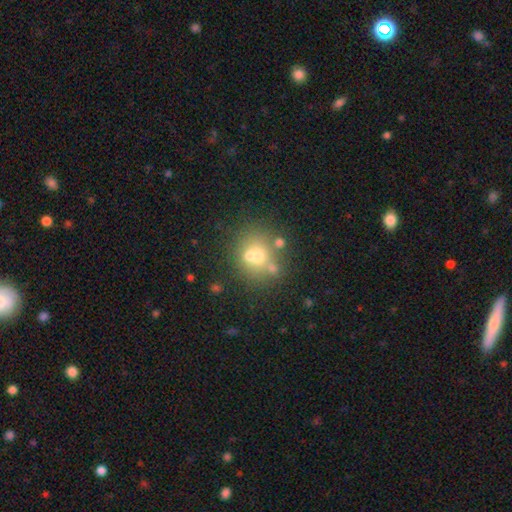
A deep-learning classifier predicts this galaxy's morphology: Overall: smooth (54%; featured or disk 28%). How rounded: round (76%). Merging: none (51%; merger 33%).